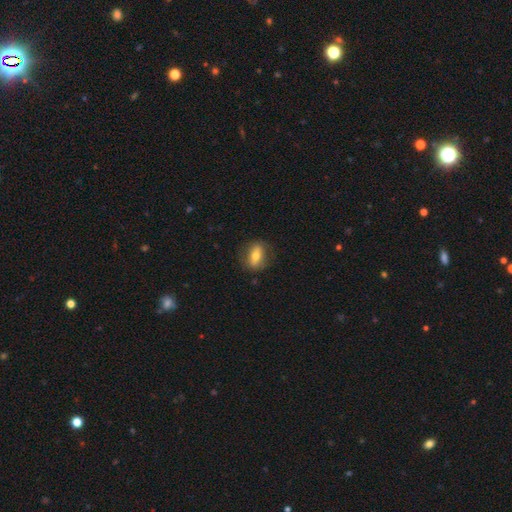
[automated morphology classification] type=smooth (64%); roundness=in between (71%); merging=none (80%).